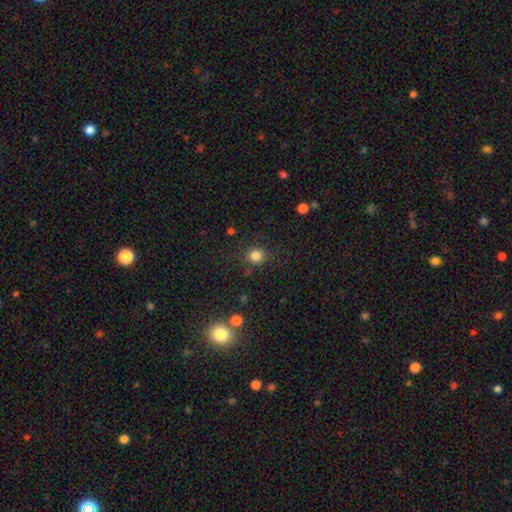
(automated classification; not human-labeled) This appears to be a smooth galaxy with no disk features (82%) that is round (86%). Merging: none (83%).